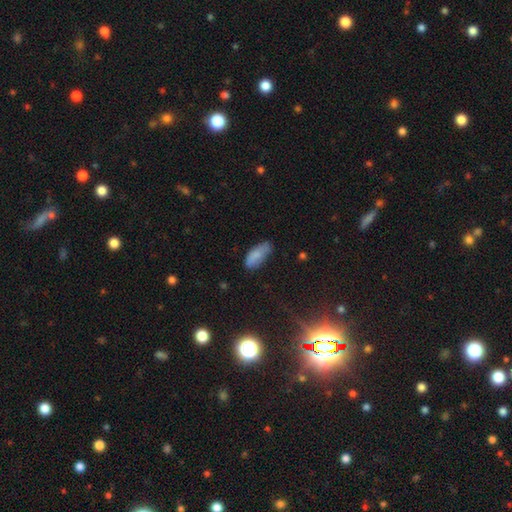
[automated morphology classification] Smooth or featured?
  - smooth: 83% *
  - featured or disk: 10%
  - star or artifact: 8%
How rounded?
  - in between: 86% *
  - cigar-shaped: 12%
  - round: 2%
Merging?
  - none: 66% *
  - minor disturbance: 26%
  - major disturbance: 6%
  - merger: 2%